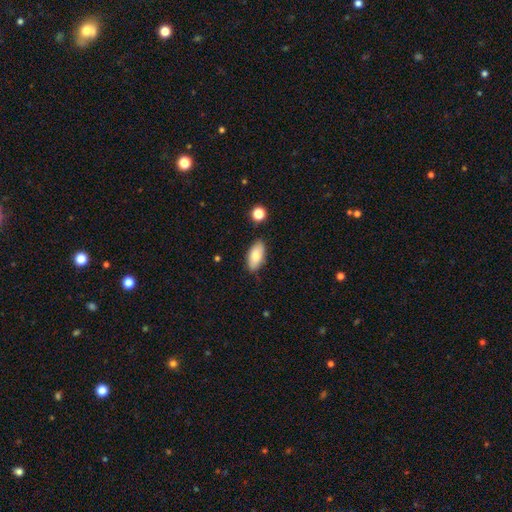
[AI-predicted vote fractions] A smooth galaxy with no disk features (78%) that is in between round and cigar-shaped (91%). Merging: none (83%).